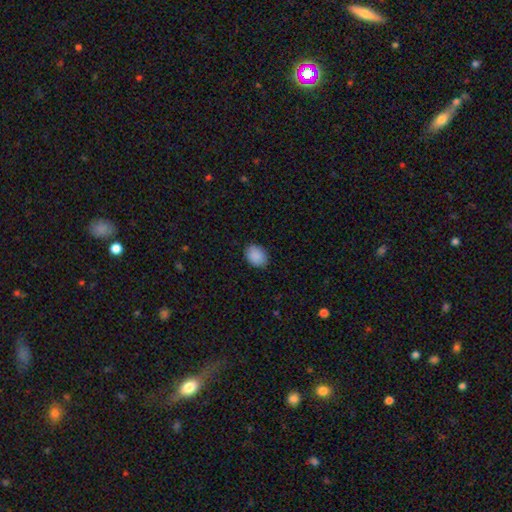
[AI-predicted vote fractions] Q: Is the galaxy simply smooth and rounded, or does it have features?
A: smooth — 90%.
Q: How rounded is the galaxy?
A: in between — 62%.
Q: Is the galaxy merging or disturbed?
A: none — 88%.